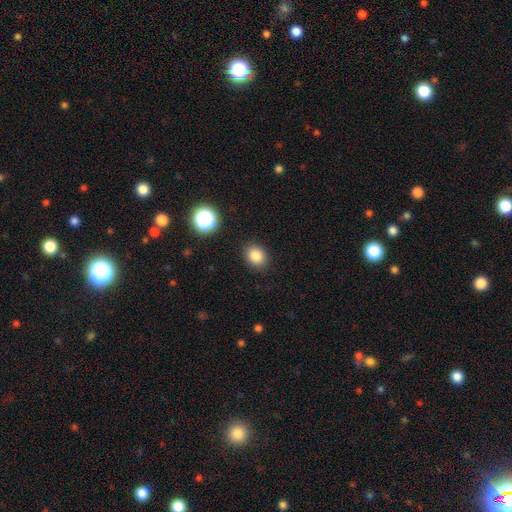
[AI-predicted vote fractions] smooth_or_featured: smooth (p=0.83) [alt: star or artifact p=0.12]
how_rounded: round (p=0.51) [alt: in between p=0.48]
merging: none (p=0.88) [alt: minor disturbance p=0.08]